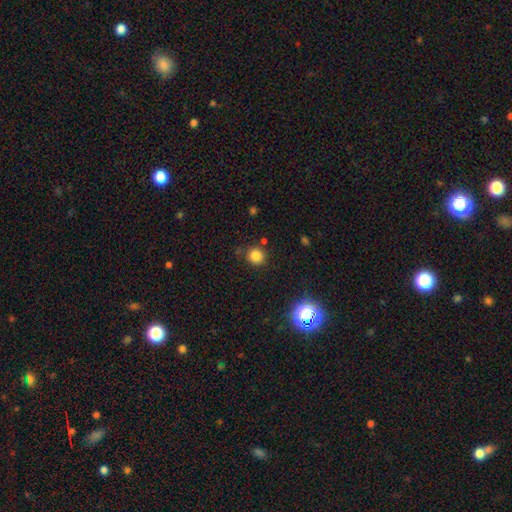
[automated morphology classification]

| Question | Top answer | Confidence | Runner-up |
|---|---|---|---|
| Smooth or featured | smooth | 81% | star or artifact (14%) |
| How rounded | round | 89% | in between (10%) |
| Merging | none | 82% | minor disturbance (10%) |